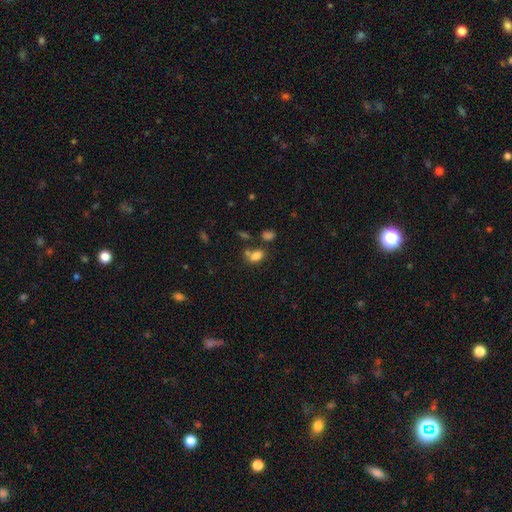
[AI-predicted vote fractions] smooth 79%, star or artifact 13%, featured or disk 8%. Down the decision tree: how rounded — in between (81%); merging — none (51%).